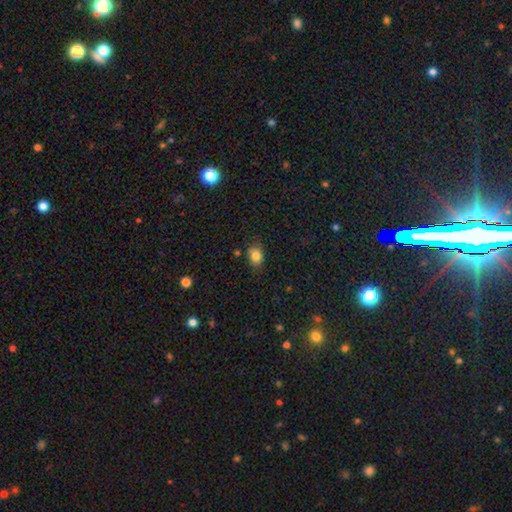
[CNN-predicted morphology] The model was most divided on "how rounded": in between: 72%, round: 27%, cigar-shaped: 1%. More confident: smooth or featured — smooth (83%); merging — none (77%).